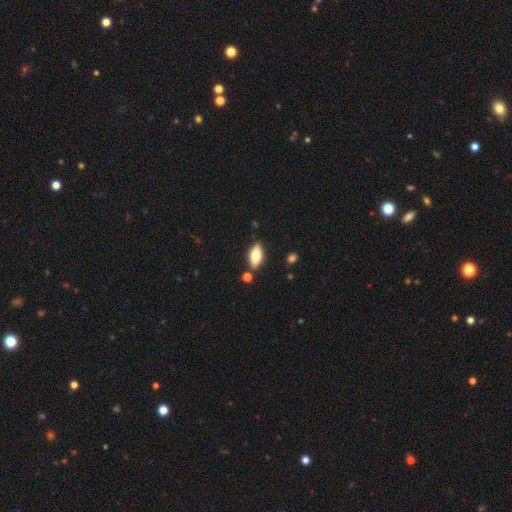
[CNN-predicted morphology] Overall: smooth (70%). How rounded: in between (84%). Merging: none (83%).